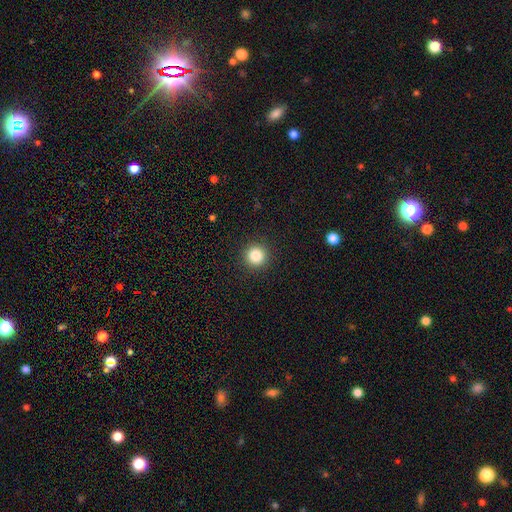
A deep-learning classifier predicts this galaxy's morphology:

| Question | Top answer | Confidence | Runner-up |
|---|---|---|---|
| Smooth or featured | smooth | 84% | star or artifact (11%) |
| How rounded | round | 95% | in between (4%) |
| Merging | none | 92% | minor disturbance (5%) |